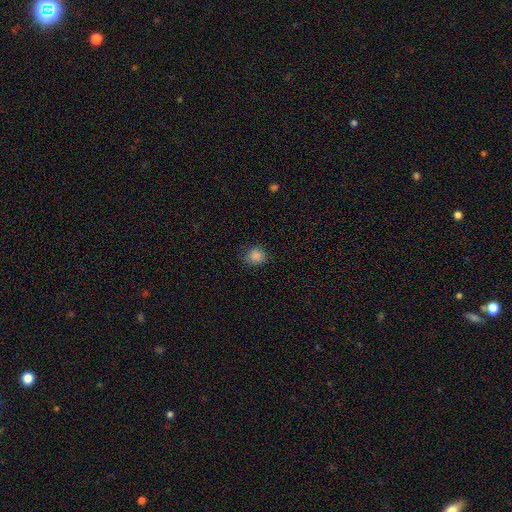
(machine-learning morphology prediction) type=smooth (85%); roundness=round (70%); merging=none (79%).